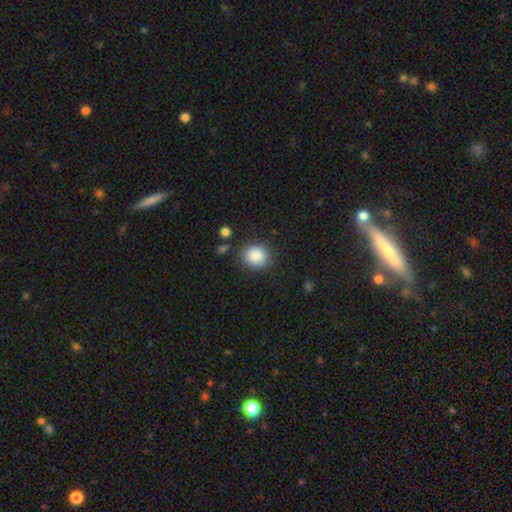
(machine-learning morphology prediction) smooth_or_featured: smooth (p=0.88) [alt: star or artifact p=0.08]
how_rounded: round (p=0.75) [alt: in between p=0.24]
merging: none (p=0.83) [alt: minor disturbance p=0.11]